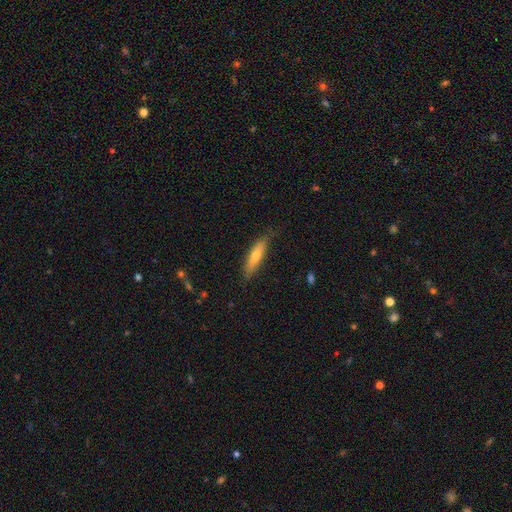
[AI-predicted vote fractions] A smooth galaxy with no disk features (60%) that is cigar-shaped (77%). Merging: none (78%).